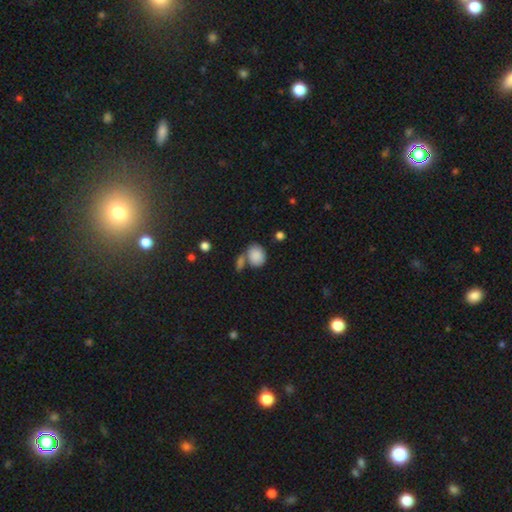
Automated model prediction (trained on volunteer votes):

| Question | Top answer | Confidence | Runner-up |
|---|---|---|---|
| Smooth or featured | smooth | 86% | star or artifact (8%) |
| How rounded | round | 51% | in between (48%) |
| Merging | none | 50% | merger (30%) |